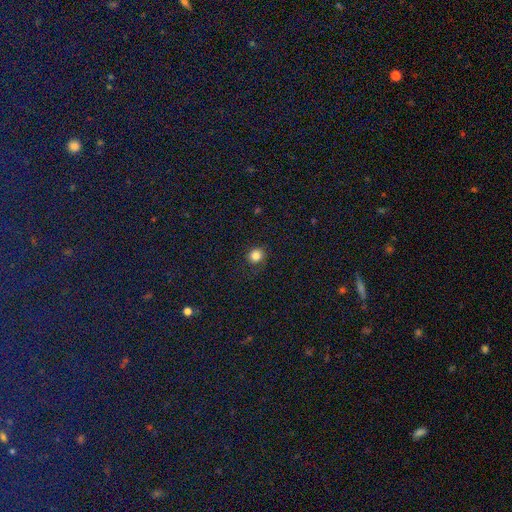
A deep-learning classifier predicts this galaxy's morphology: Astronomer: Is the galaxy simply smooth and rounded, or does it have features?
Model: smooth — 83%.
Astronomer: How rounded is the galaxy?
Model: round — 87%.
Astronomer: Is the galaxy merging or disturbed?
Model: none — 83%.